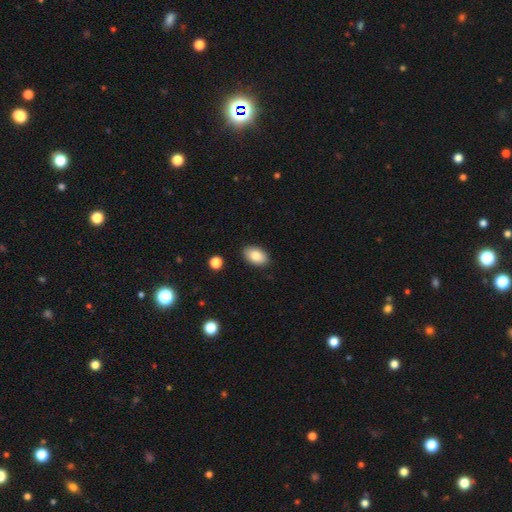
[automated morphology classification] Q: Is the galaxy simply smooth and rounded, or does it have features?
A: smooth — 85%.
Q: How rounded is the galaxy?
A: in between — 92%.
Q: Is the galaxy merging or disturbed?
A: none — 88%.